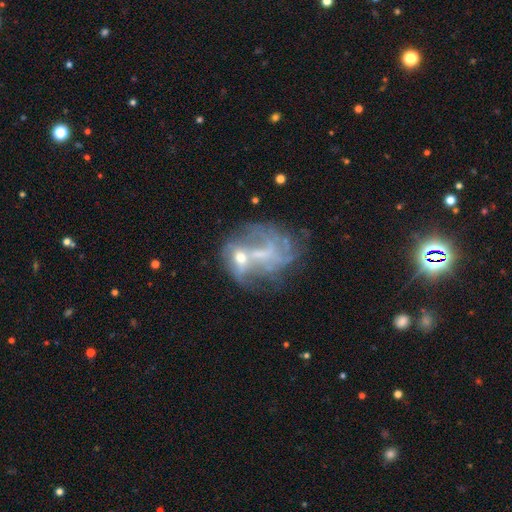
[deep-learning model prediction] featured or disk 64%, smooth 19%, star or artifact 17%. Down the decision tree: edge-on disk — no (97%); bar — no (62%); spiral arms — no (50%, tied with yes); bulge size — small (40%); merging — merger (38%).